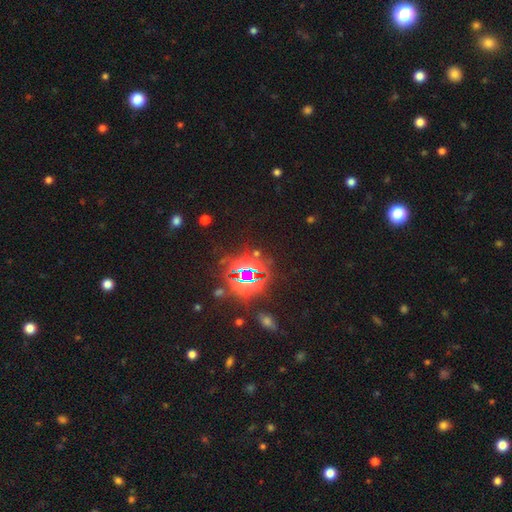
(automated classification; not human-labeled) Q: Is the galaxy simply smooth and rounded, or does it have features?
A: star or artifact — 82%.